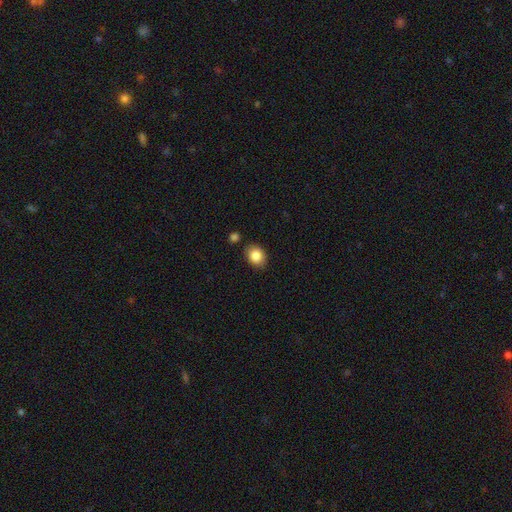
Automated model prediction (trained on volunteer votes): smooth-or-featured: smooth: 86% | star or artifact: 8% | featured or disk: 6%
  how-rounded: round: 50% | in between: 49% | cigar-shaped: 1%
  merging: none: 83% | minor disturbance: 11% | merger: 4% | major disturbance: 2%